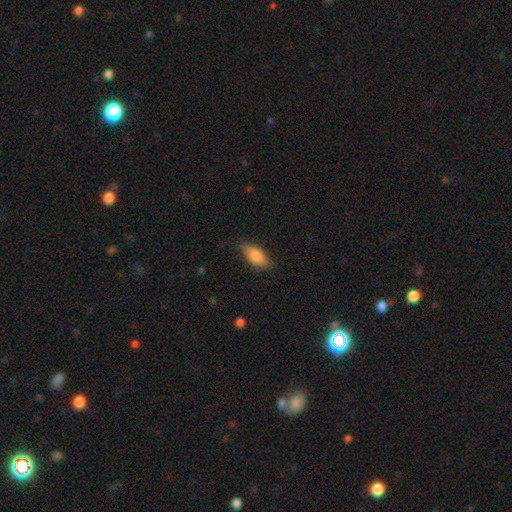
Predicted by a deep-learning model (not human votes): This is clearly a smooth galaxy (80%). How rounded: clearly in between (84%). Merging: likely none (80%).